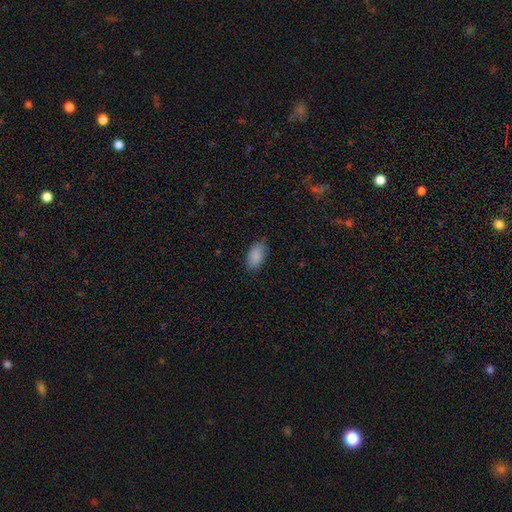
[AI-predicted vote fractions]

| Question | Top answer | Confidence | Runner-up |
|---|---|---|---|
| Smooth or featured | smooth | 88% | star or artifact (7%) |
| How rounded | in between | 93% | round (5%) |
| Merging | none | 79% | minor disturbance (17%) |